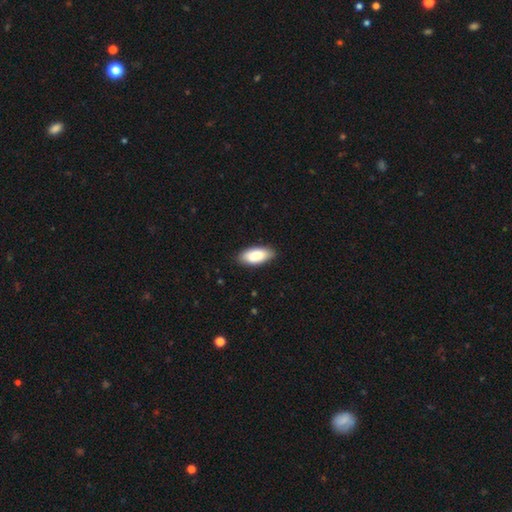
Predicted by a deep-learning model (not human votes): smooth-or-featured: smooth: 87% | featured or disk: 8% | star or artifact: 5%
  how-rounded: in between: 89% | cigar-shaped: 9% | round: 2%
  merging: none: 87% | minor disturbance: 10% | major disturbance: 2% | merger: 1%